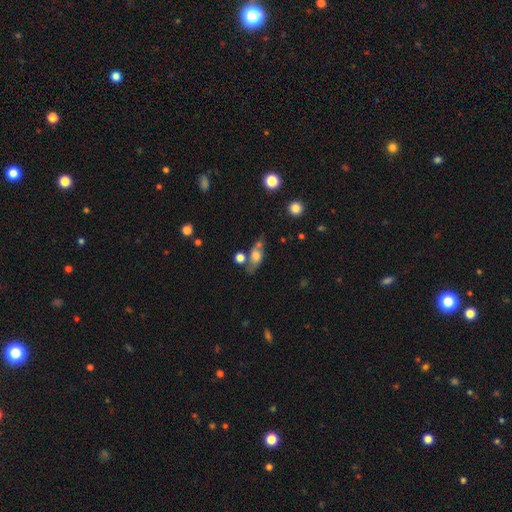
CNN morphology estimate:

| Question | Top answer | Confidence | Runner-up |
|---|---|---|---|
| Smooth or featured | smooth | 58% | featured or disk (31%) |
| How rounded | in between | 70% | round (16%) |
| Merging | none | 49% | minor disturbance (20%) |